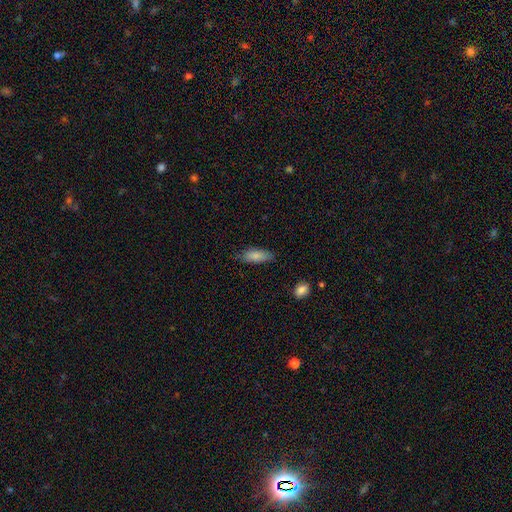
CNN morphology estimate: Smooth or featured?
  - smooth: 83% *
  - featured or disk: 11%
  - star or artifact: 6%
How rounded?
  - in between: 69% *
  - cigar-shaped: 29%
  - round: 2%
Merging?
  - none: 78% *
  - minor disturbance: 17%
  - major disturbance: 3%
  - merger: 2%